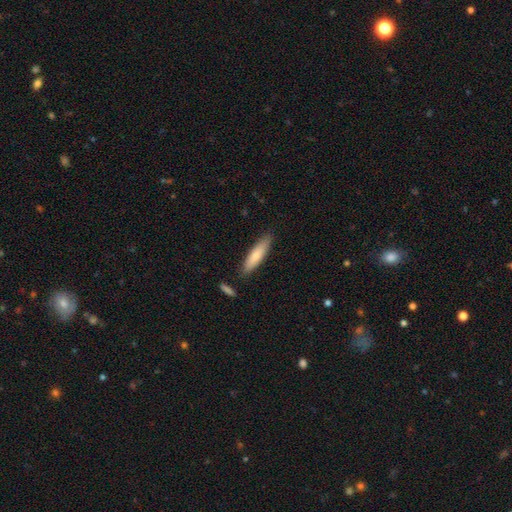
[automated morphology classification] Smooth or featured? smooth (79%)
How rounded? cigar-shaped (74%)
Merging? none (83%)